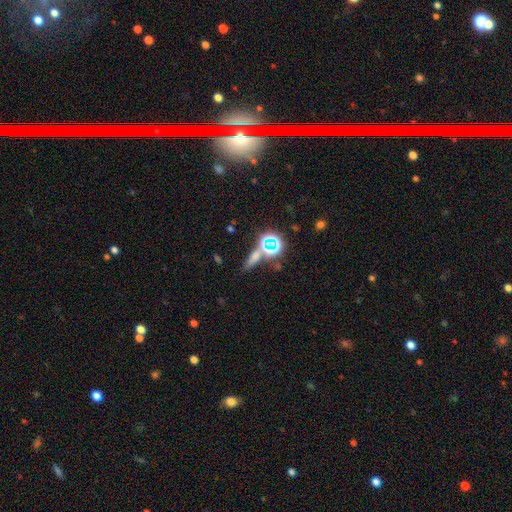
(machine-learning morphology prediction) Q: Smooth or featured?
A: smooth (51%); runner-up: star or artifact (35%)
Q: How rounded?
A: cigar-shaped (48%); runner-up: in between (31%)
Q: Merging?
A: none (67%); runner-up: merger (16%)